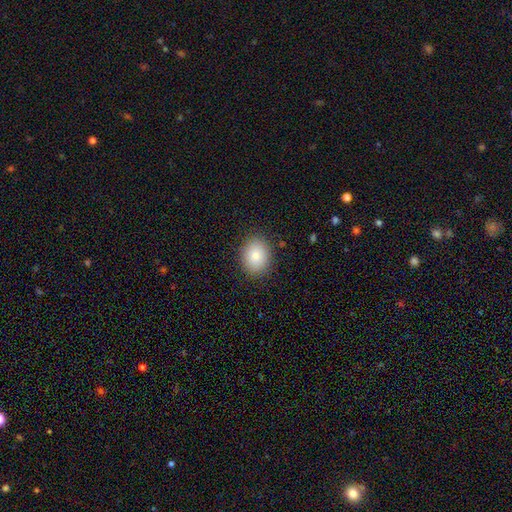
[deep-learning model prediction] This is clearly a smooth galaxy (84%). How rounded: possibly round (54%). Merging: clearly none (88%).